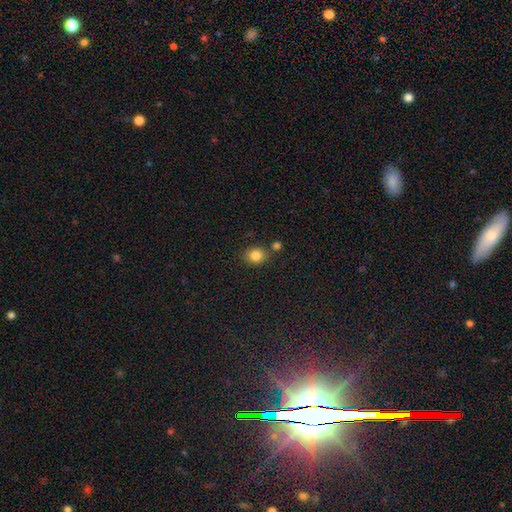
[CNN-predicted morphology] smooth 83%, star or artifact 11%, featured or disk 6%. Down the decision tree: how rounded — round (71%); merging — none (75%).